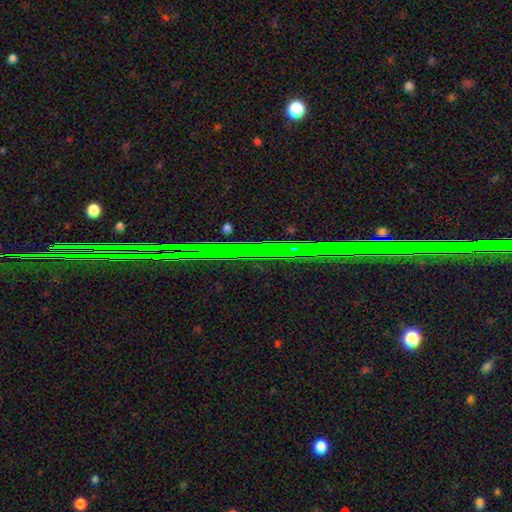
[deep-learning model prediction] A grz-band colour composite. It shows a star or artifact, not a galaxy (77%).